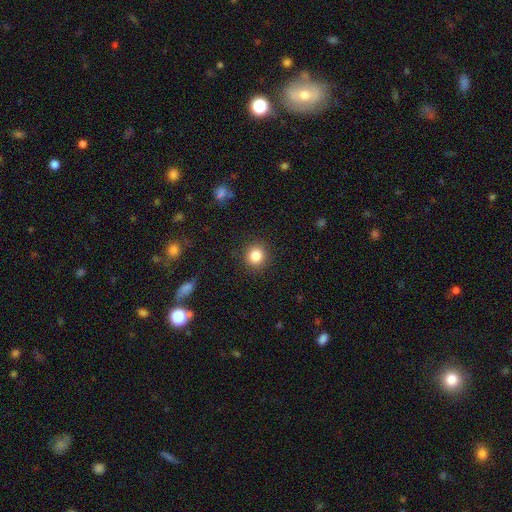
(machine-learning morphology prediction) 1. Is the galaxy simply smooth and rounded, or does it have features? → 85% smooth, 11% star or artifact, 5% featured or disk.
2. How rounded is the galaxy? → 90% round, 9% in between, 1% cigar-shaped.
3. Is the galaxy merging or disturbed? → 90% none, 6% minor disturbance, 2% major disturbance, 1% merger.